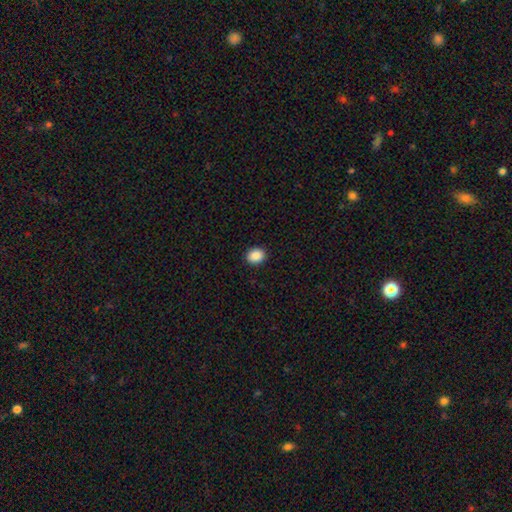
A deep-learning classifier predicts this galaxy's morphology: Smooth or featured?
  - smooth: 90% *
  - star or artifact: 8%
  - featured or disk: 2%
How rounded?
  - round: 54% *
  - in between: 45%
  - cigar-shaped: 1%
Merging?
  - none: 92% *
  - minor disturbance: 6%
  - major disturbance: 2%
  - merger: 1%